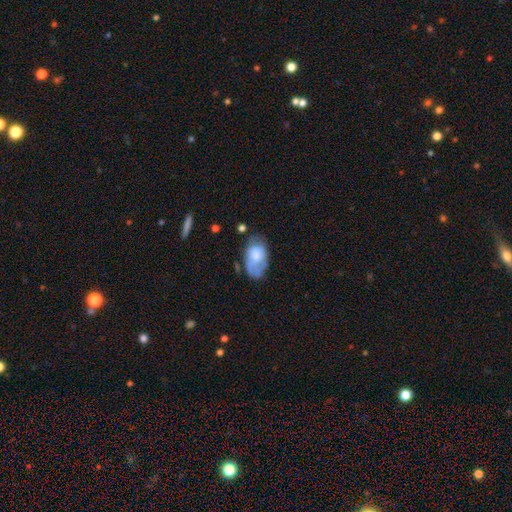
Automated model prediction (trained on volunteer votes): Smooth or featured: smooth — 66% (featured or disk — 27%)
How rounded: in between — 92% (round — 7%)
Merging: none — 47% (minor disturbance — 33%)